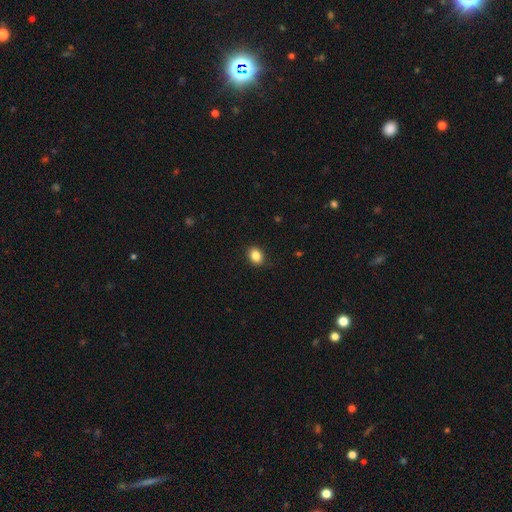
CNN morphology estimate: smooth_or_featured: smooth (p=0.86) [alt: star or artifact p=0.10]
how_rounded: in between (p=0.53) [alt: round p=0.46]
merging: none (p=0.89) [alt: minor disturbance p=0.08]